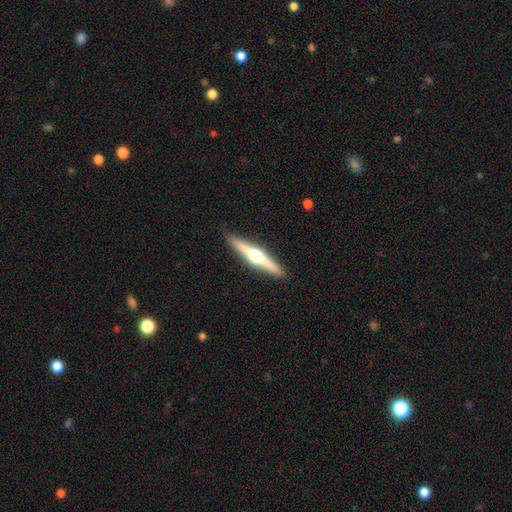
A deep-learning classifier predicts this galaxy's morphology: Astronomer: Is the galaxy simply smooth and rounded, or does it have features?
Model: featured or disk — 71%.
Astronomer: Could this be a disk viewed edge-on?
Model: yes — 98%.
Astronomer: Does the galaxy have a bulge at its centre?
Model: rounded — 95%.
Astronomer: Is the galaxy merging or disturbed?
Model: none — 91%.